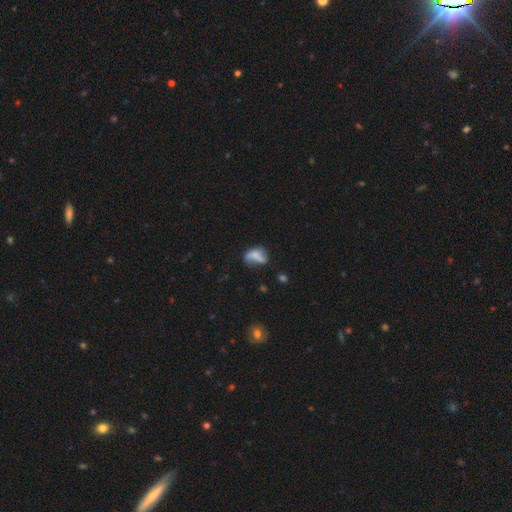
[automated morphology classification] Smooth or featured?
  - smooth: 51% *
  - featured or disk: 38%
  - star or artifact: 11%
How rounded?
  - in between: 77% *
  - round: 17%
  - cigar-shaped: 6%
Merging?
  - none: 32% *
  - major disturbance: 25%
  - minor disturbance: 23%
  - merger: 20%